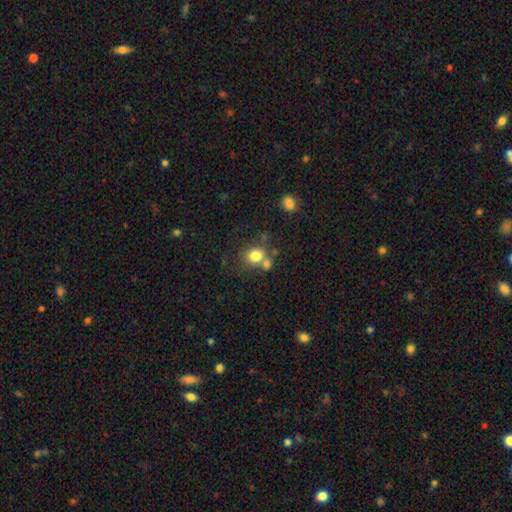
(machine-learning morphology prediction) This is likely a smooth galaxy (79%). How rounded: likely round (62%). Merging: possibly none (51%).